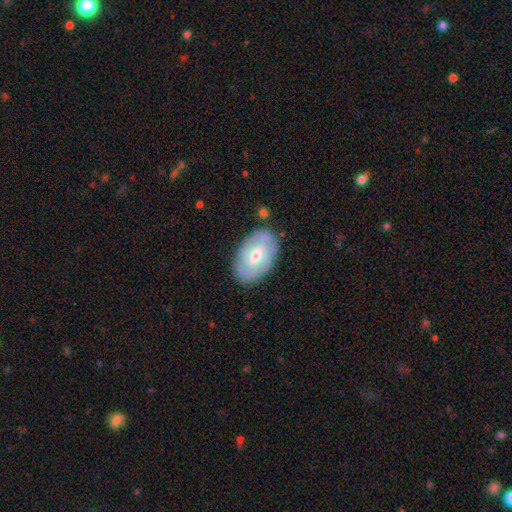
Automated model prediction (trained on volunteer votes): Smooth or featured? Predicted: featured or disk (p=0.75). Edge-on disk? Predicted: no (p=0.95). Bar? Predicted: weak (p=0.55). Spiral arms? Predicted: yes (p=0.85). Spiral winding? Predicted: tight (p=0.56). Spiral arm count? Predicted: 2 (p=0.49). Bulge size? Predicted: moderate (p=0.59). Merging? Predicted: none (p=0.81).